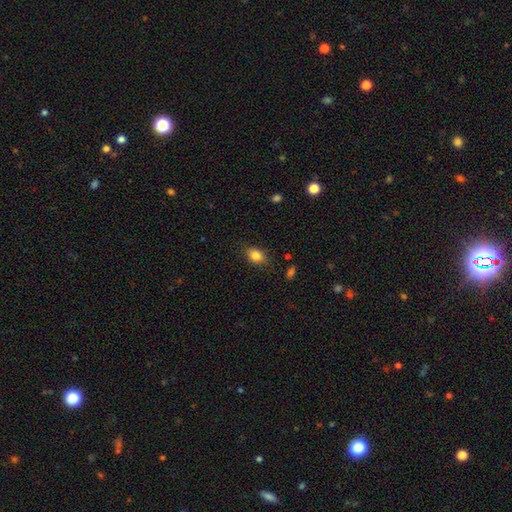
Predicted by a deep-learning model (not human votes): This appears to be a smooth galaxy with no disk features (84%) that is in between round and cigar-shaped (68%). Merging: none (79%).